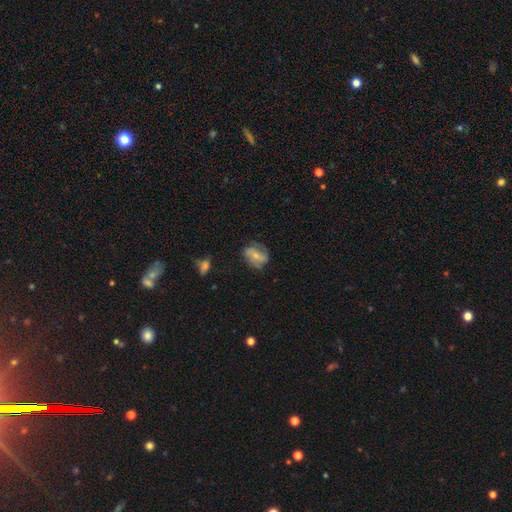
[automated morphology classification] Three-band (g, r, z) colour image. It shows a featured or disk galaxy (51%). Merging: none (62%).